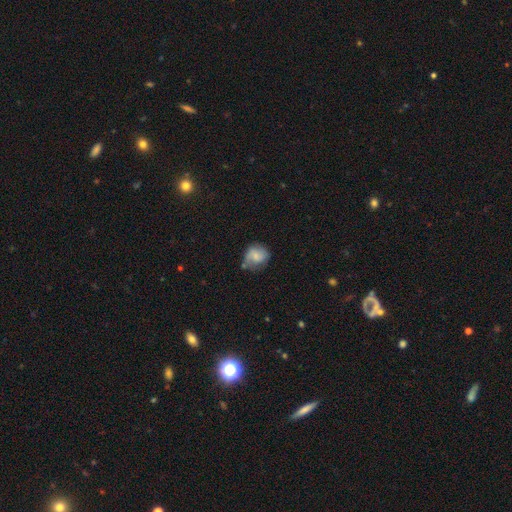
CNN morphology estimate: smooth-or-featured: smooth: 63% | featured or disk: 28% | star or artifact: 9%
  how-rounded: round: 71% | in between: 28% | cigar-shaped: 1%
  merging: none: 50% | minor disturbance: 32% | major disturbance: 12% | merger: 6%